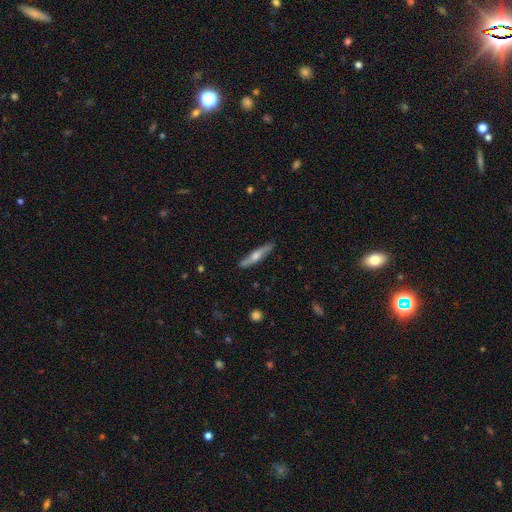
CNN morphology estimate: This appears to be a featured or disk galaxy (55%) viewed edge-on (89%). Merging: none (88%).